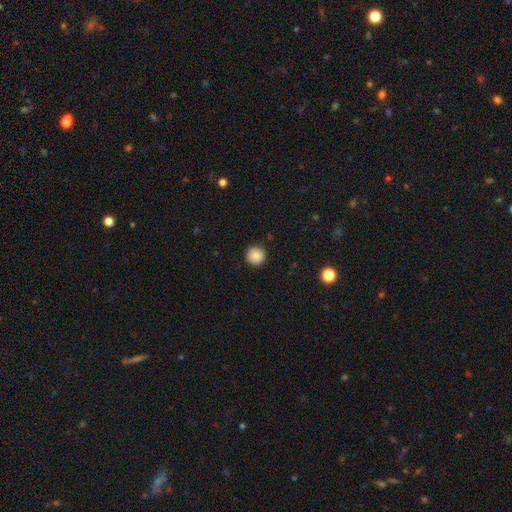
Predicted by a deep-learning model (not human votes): smooth-or-featured: smooth: 85% | star or artifact: 9% | featured or disk: 6%
  how-rounded: round: 96% | in between: 3% | cigar-shaped: 1%
  merging: none: 91% | minor disturbance: 6% | major disturbance: 2% | merger: 1%